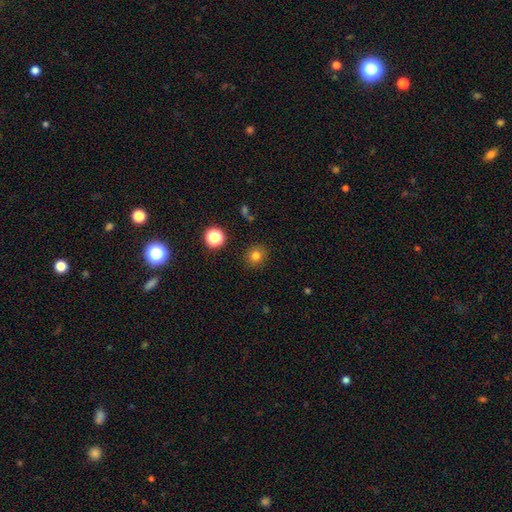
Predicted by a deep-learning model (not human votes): Overall: smooth (79%). How rounded: round (88%). Merging: none (90%).